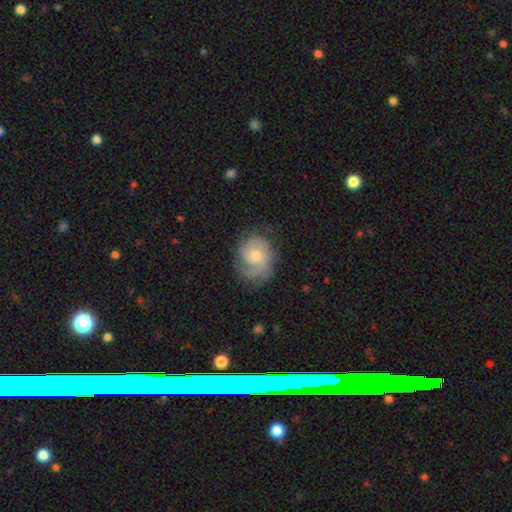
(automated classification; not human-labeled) smooth-or-featured: featured or disk: 63% | smooth: 30% | star or artifact: 7%
  disk-edge-on: no: 97% | yes: 3%
    bar: no: 75% | weak: 22% | strong: 3%
    has-spiral-arms: yes: 89% | no: 11%
      spiral-winding: tight: 48% | medium: 36% | loose: 16%
      spiral-arm-count: 2: 32% | can't tell: 27% | 1: 20% | 3: 15% | 4: 4% | more than 4: 3%
    bulge-size: moderate: 53% | small: 41% | large: 4% | none: 2% | dominant: 1%
  merging: none: 64% | minor disturbance: 23% | major disturbance: 12% | merger: 1%